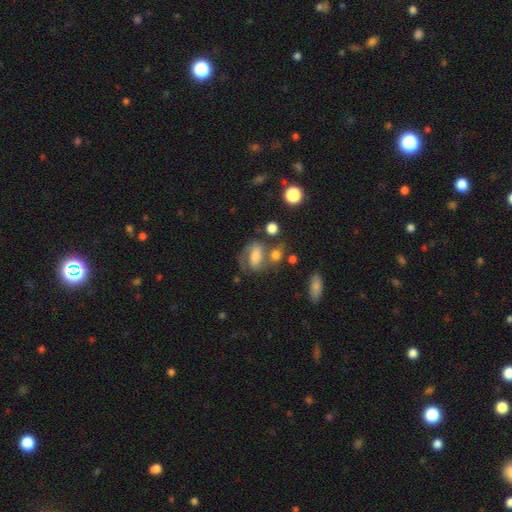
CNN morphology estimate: This is possibly a featured or disk galaxy (52%). It is clearly not viewed edge-on (94%). Merging: marginally none (44%).